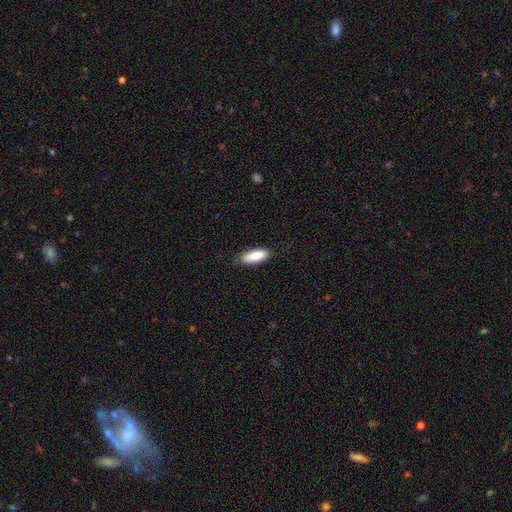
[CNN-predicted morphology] Q: Smooth or featured?
A: smooth (87%); runner-up: featured or disk (7%)
Q: How rounded?
A: in between (69%); runner-up: cigar-shaped (29%)
Q: Merging?
A: none (84%); runner-up: minor disturbance (12%)